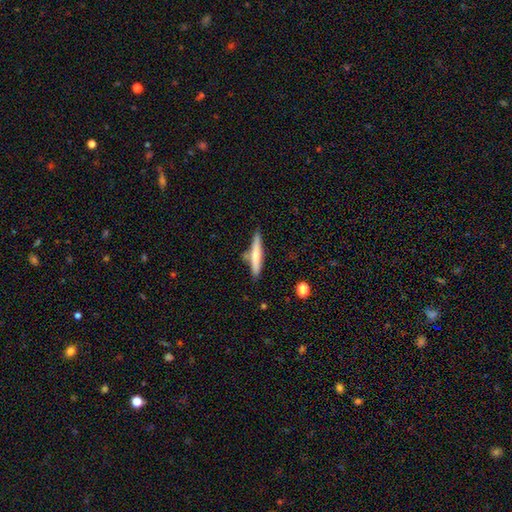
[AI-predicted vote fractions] Overall: smooth (63%; featured or disk 31%). How rounded: cigar-shaped (91%). Merging: none (76%).